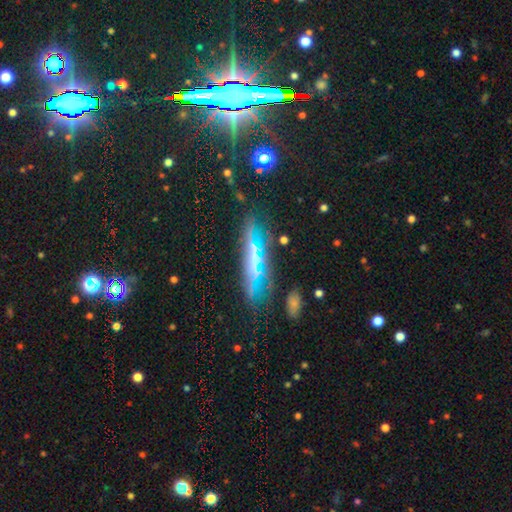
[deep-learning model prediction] Q: Smooth or featured?
A: featured or disk (55%); runner-up: star or artifact (24%)
Q: Edge-on disk?
A: yes (66%); runner-up: no (34%)
Q: Merging?
A: none (58%); runner-up: minor disturbance (23%)